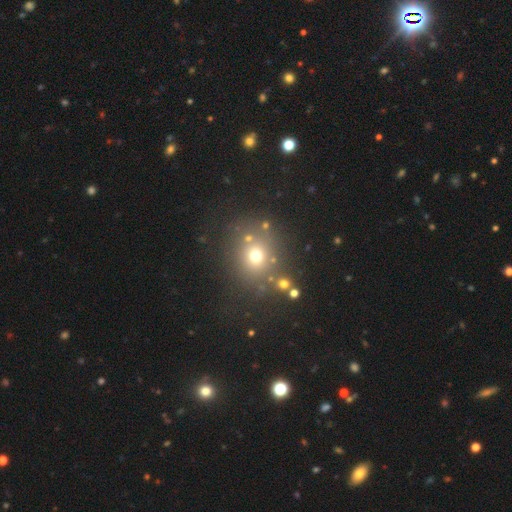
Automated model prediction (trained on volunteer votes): smooth 66%, star or artifact 22%, featured or disk 12%. Down the decision tree: how rounded — round (78%); merging — none (76%).